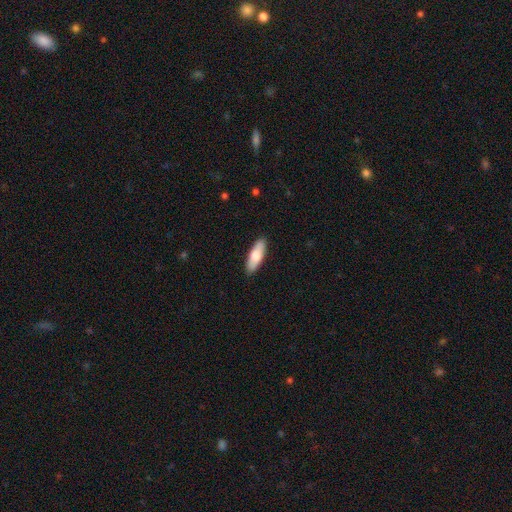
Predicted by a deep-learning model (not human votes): smooth-or-featured: smooth: 72% | featured or disk: 23% | star or artifact: 5%
  how-rounded: in between: 61% | cigar-shaped: 37% | round: 2%
  merging: none: 89% | minor disturbance: 8% | major disturbance: 2% | merger: 1%